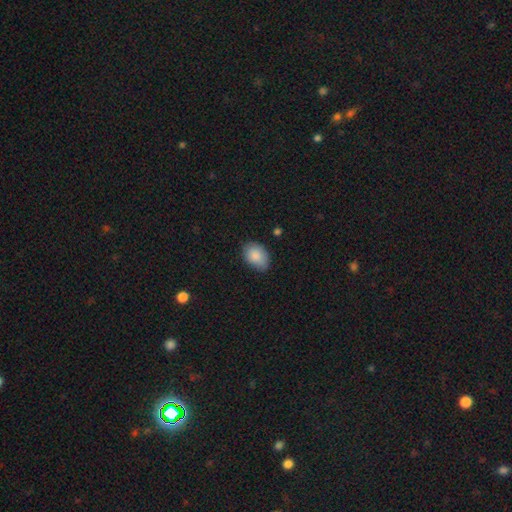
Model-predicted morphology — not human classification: A smooth galaxy with no disk features (87%) that is in between round and cigar-shaped (82%). Merging: none (73%).